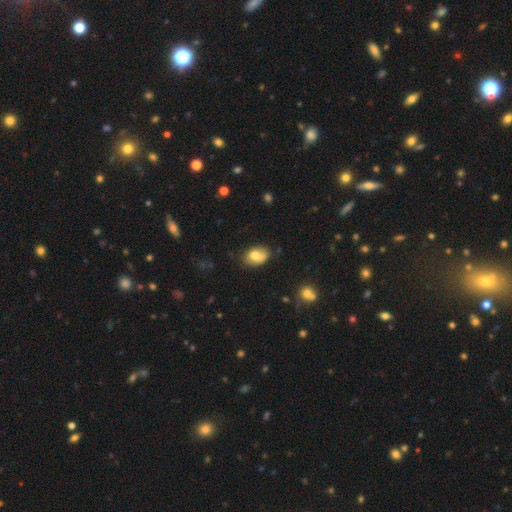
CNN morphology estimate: Smooth or featured? Predicted: smooth (p=0.74). How rounded? Predicted: in between (p=0.79). Merging? Predicted: none (p=0.57).